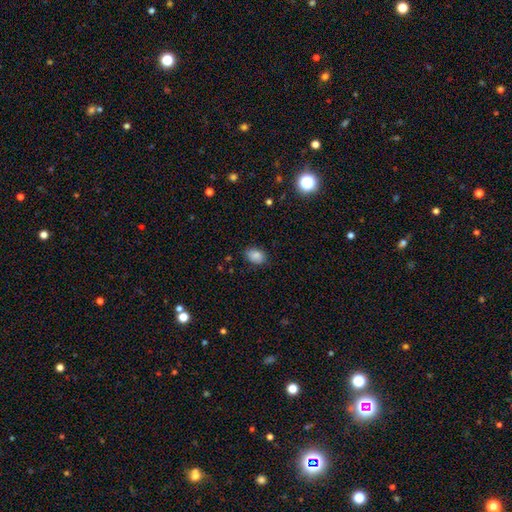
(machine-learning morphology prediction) smooth_or_featured: smooth (p=0.85) [alt: star or artifact p=0.09]
how_rounded: in between (p=0.79) [alt: round p=0.20]
merging: none (p=0.79) [alt: minor disturbance p=0.16]